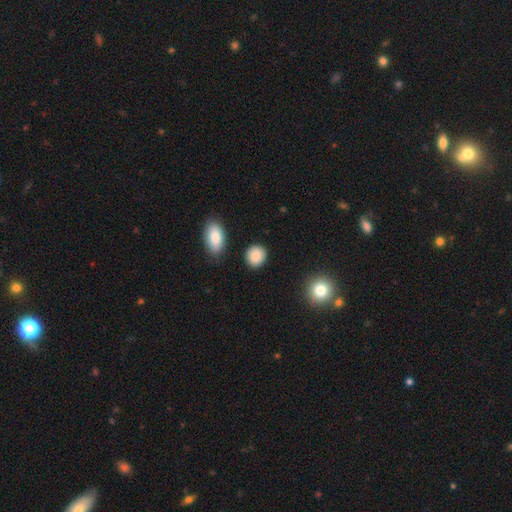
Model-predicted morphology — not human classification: Smooth or featured? smooth (88%)
How rounded? round (78%)
Merging? none (87%)